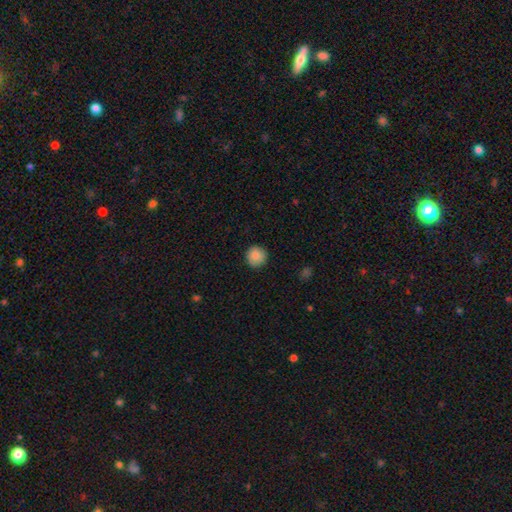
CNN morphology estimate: Smooth or featured?
  - smooth: 87% *
  - star or artifact: 8%
  - featured or disk: 5%
How rounded?
  - round: 94% *
  - in between: 5%
  - cigar-shaped: 1%
Merging?
  - none: 90% *
  - minor disturbance: 7%
  - major disturbance: 2%
  - merger: 1%